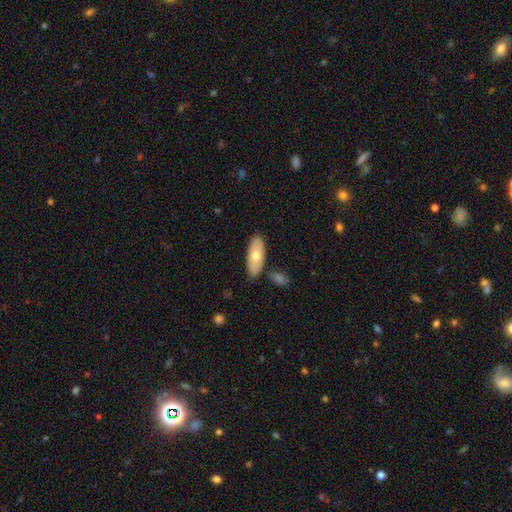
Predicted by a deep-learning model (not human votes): Smooth or featured?
  - smooth: 65% *
  - featured or disk: 29%
  - star or artifact: 6%
How rounded?
  - in between: 76% *
  - cigar-shaped: 22%
  - round: 3%
Merging?
  - none: 82% *
  - minor disturbance: 11%
  - merger: 5%
  - major disturbance: 2%